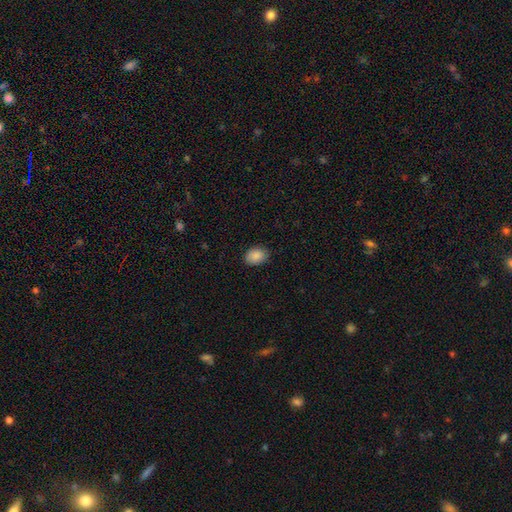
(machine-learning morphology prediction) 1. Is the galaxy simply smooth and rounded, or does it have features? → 89% smooth, 7% star or artifact, 4% featured or disk.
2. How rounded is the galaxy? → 77% in between, 22% round, 1% cigar-shaped.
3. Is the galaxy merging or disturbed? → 86% none, 10% minor disturbance, 2% major disturbance, 1% merger.